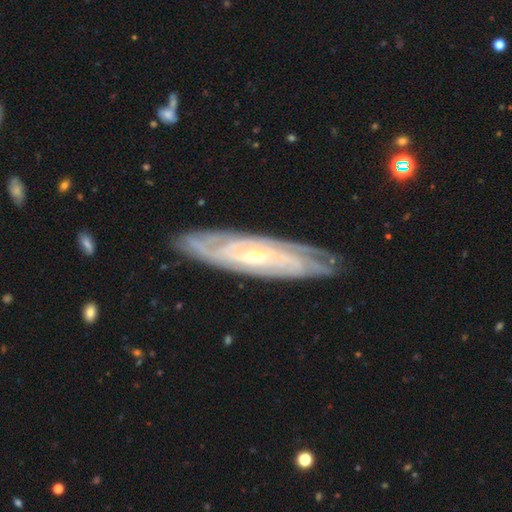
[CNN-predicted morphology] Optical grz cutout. It shows a featured or disk galaxy (88%) with no bar (49%), tight (76%) spiral arms (97%) and a small central bulge (71%). Merging: none (82%).